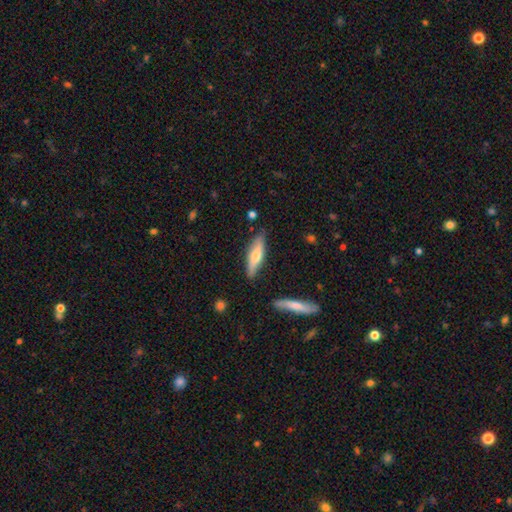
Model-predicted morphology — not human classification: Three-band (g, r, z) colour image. It shows a smooth galaxy with no disk features (50%) that is cigar-shaped (67%). Merging: none (81%).